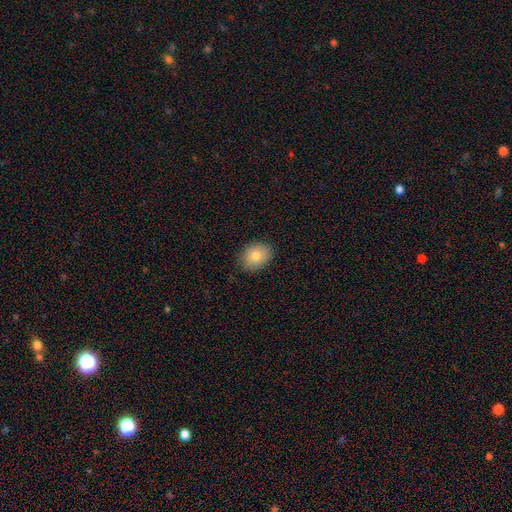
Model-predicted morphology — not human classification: Smooth or featured? smooth (80%)
How rounded? in between (61%)
Merging? none (87%)